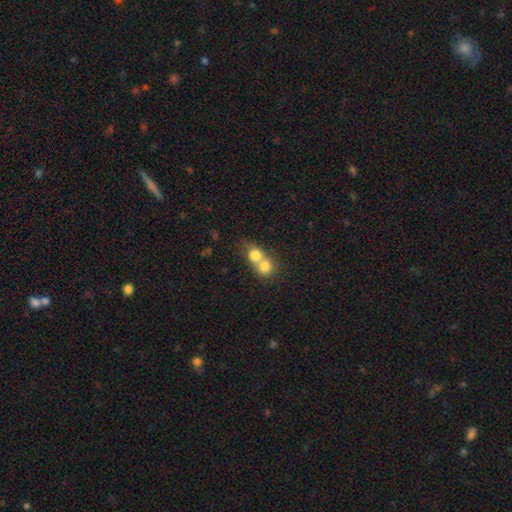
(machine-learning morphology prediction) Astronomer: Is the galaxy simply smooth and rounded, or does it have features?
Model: smooth — 75%.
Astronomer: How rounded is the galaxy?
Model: round — 74%.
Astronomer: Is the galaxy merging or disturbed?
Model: merger — 74%.